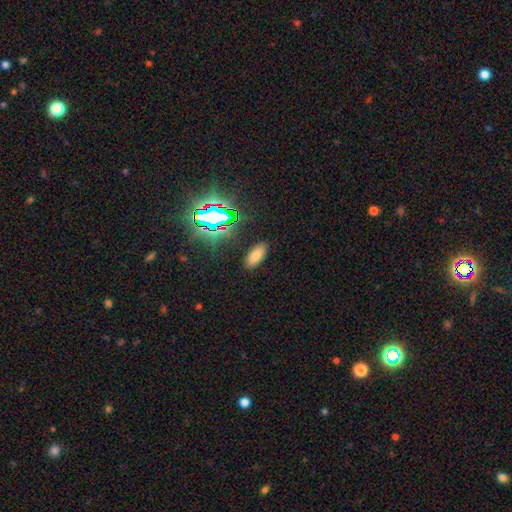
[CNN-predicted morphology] The model was most divided on "smooth or featured": smooth: 69%, star or artifact: 22%, featured or disk: 9%. More confident: merging — none (88%); how rounded — in between (87%).